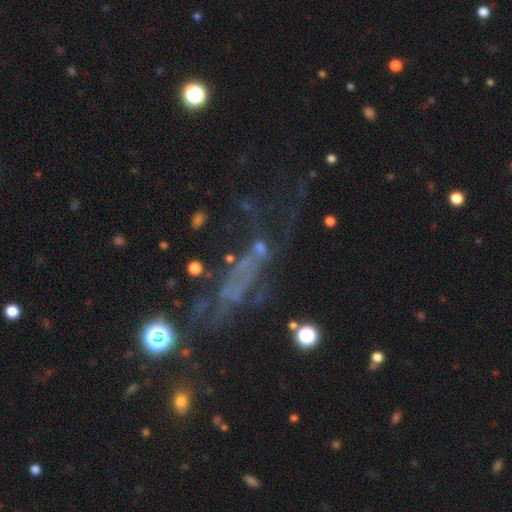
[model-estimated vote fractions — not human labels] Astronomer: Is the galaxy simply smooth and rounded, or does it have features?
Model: featured or disk — 47% (runner-up: star or artifact, 32%).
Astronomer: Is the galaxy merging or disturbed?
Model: none — 37% (runner-up: major disturbance, 36%).